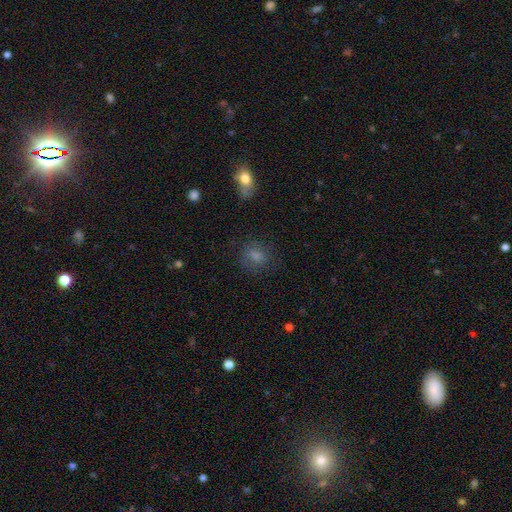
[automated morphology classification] smooth 76%, star or artifact 13%, featured or disk 11%. Down the decision tree: how rounded — round (57%); merging — none (75%).